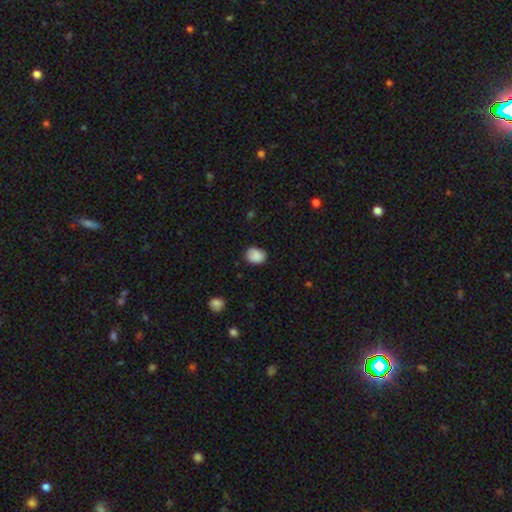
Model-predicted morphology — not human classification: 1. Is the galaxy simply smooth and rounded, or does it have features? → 87% smooth, 8% star or artifact, 5% featured or disk.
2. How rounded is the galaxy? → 54% in between, 45% round, 1% cigar-shaped.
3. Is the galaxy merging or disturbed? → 75% none, 20% minor disturbance, 4% major disturbance, 1% merger.